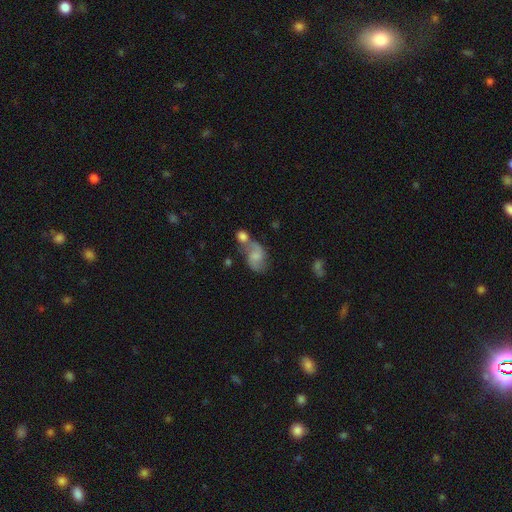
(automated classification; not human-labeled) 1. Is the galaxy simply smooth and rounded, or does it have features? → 57% featured or disk, 34% smooth, 9% star or artifact.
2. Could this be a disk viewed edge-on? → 97% no, 3% yes.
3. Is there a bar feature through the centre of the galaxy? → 54% no, 39% weak, 7% strong.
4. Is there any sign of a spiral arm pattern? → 86% yes, 14% no.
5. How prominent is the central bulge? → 33% small, 30% none, 28% moderate, 7% large, 2% dominant.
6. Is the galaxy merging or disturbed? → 38% merger, 37% none, 17% minor disturbance, 9% major disturbance.